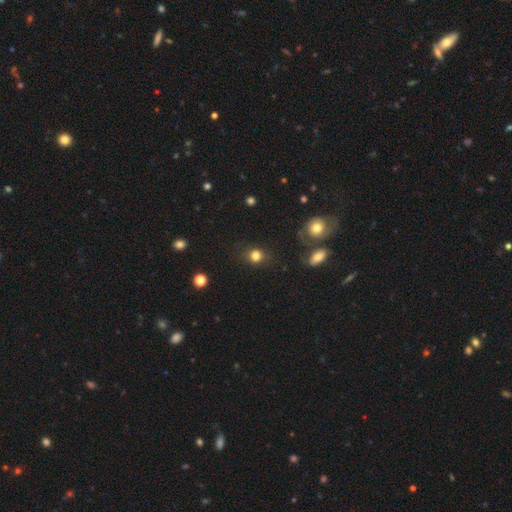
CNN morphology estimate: smooth 82%, star or artifact 12%, featured or disk 6%. Down the decision tree: how rounded — round (78%); merging — none (81%).